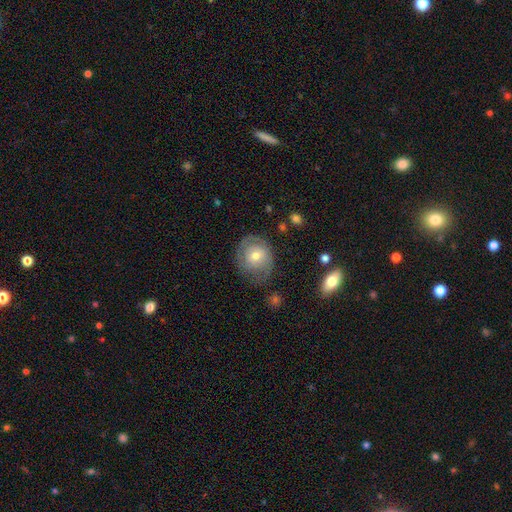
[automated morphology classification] smooth 49%, featured or disk 43%, star or artifact 8%. Down the decision tree: merging — none (62%).